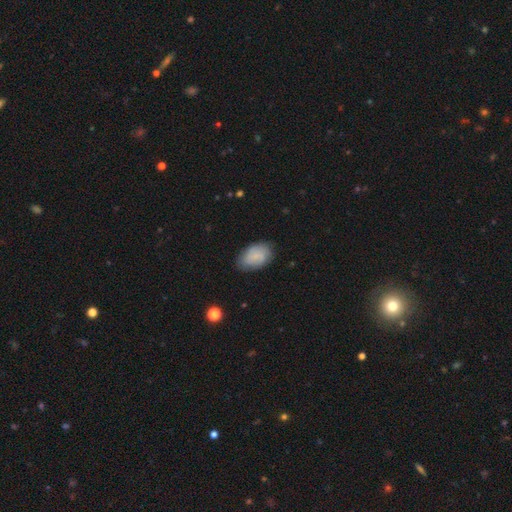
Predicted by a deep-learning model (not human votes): Smooth or featured: smooth — 76% (featured or disk — 17%)
How rounded: in between — 91% (round — 8%)
Merging: none — 75% (minor disturbance — 19%)